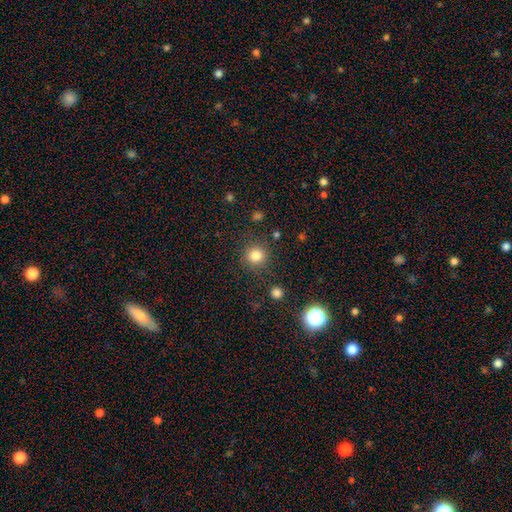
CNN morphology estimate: smooth-or-featured: smooth: 82% | star or artifact: 13% | featured or disk: 5%
  how-rounded: round: 93% | in between: 6% | cigar-shaped: 1%
  merging: none: 87% | minor disturbance: 7% | major disturbance: 3% | merger: 3%